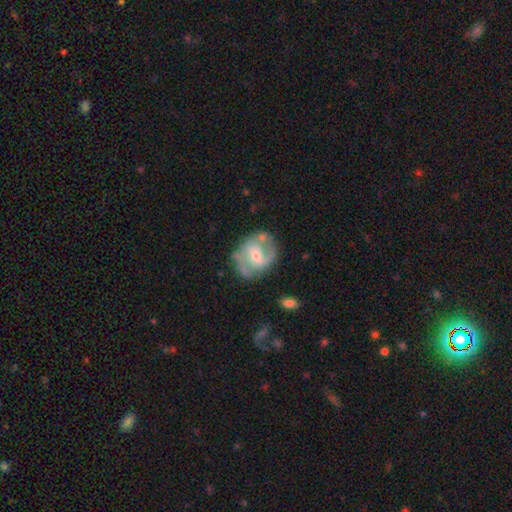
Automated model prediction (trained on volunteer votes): A featured or disk galaxy (77%) with a weak bar (47%), 2 (75%) medium (51%) spiral arms (88%) and a moderate central bulge (48%). Merging: none (63%).